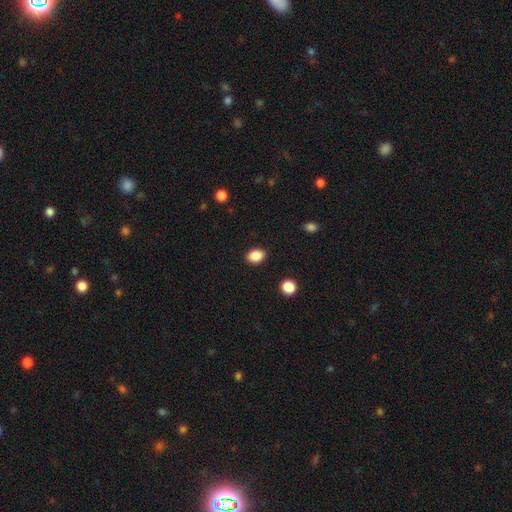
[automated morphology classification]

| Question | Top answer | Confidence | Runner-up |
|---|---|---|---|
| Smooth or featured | smooth | 87% | star or artifact (9%) |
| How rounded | in between | 74% | round (25%) |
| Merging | none | 89% | minor disturbance (8%) |